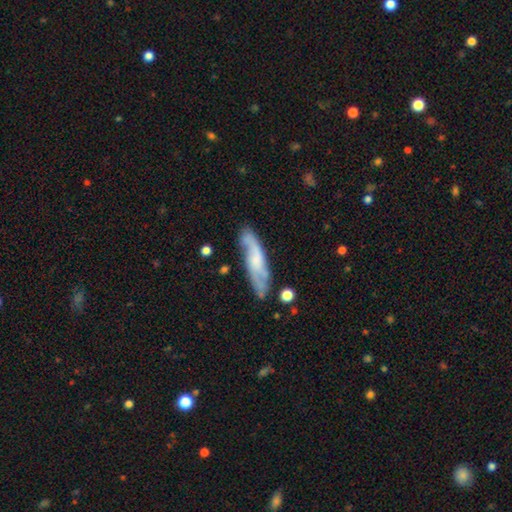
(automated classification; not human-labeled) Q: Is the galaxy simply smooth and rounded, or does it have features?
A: featured or disk — 59%.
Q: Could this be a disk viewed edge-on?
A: no — 66%.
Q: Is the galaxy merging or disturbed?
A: none — 74%.